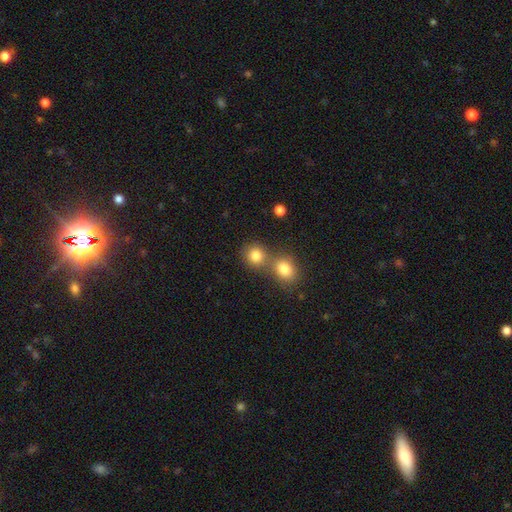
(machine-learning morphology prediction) A smooth galaxy with no disk features (83%) that is round (81%).

Vote fractions:
- Smooth or featured? smooth: 83% / star or artifact: 10% / featured or disk: 7%
- How rounded? round: 81% / in between: 18% / cigar-shaped: 1%
- Merging? none: 48% / merger: 42% / minor disturbance: 7% / major disturbance: 3%